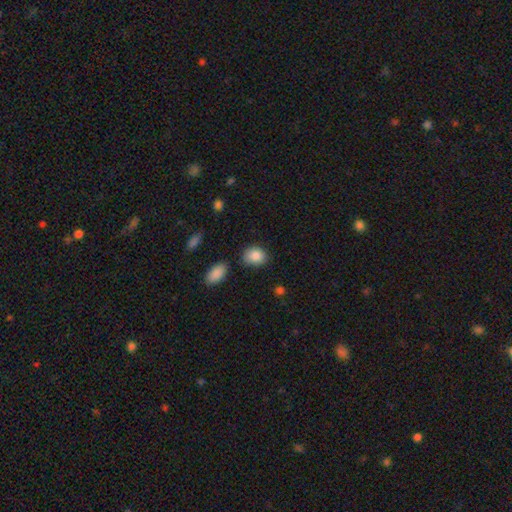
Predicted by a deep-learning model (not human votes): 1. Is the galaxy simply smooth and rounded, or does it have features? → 86% smooth, 8% star or artifact, 6% featured or disk.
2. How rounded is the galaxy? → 55% in between, 43% round, 1% cigar-shaped.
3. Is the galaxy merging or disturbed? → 74% none, 18% minor disturbance, 5% merger, 4% major disturbance.